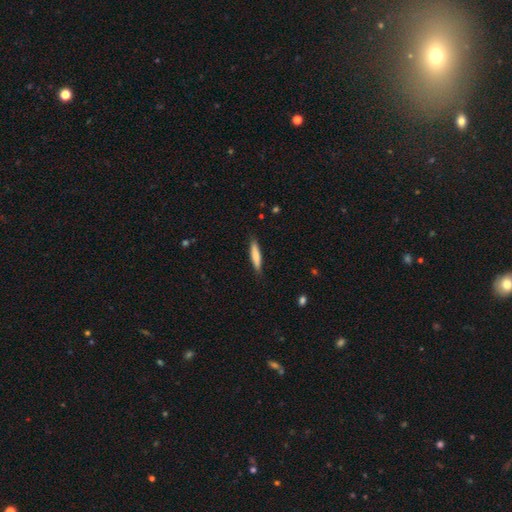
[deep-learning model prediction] smooth_or_featured: smooth (p=0.73) [alt: featured or disk p=0.21]
how_rounded: cigar-shaped (p=0.84) [alt: in between p=0.15]
merging: none (p=0.87) [alt: minor disturbance p=0.10]